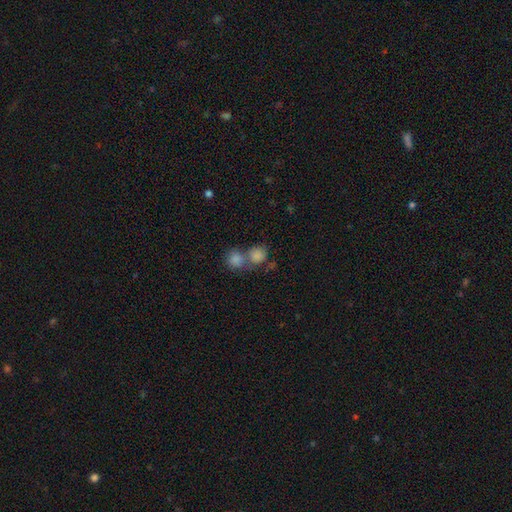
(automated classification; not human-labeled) Smooth or featured? smooth (83%)
How rounded? round (79%)
Merging? merger (56%)